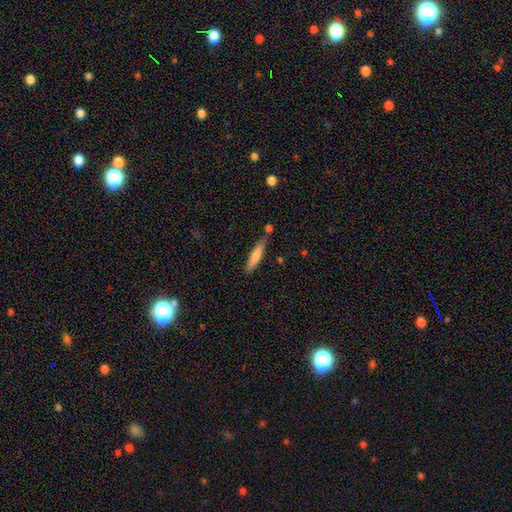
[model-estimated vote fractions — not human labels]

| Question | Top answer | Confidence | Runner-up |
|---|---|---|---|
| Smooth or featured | smooth | 76% | featured or disk (18%) |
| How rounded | cigar-shaped | 84% | in between (14%) |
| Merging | none | 70% | minor disturbance (17%) |